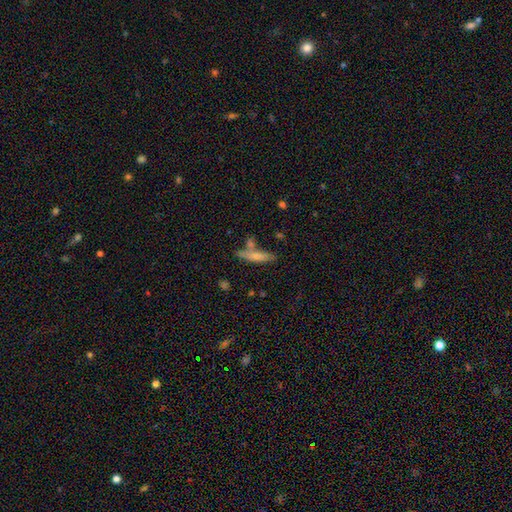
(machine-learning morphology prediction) smooth_or_featured: smooth (p=0.64) [alt: featured or disk p=0.29]
how_rounded: cigar-shaped (p=0.79) [alt: in between p=0.19]
merging: none (p=0.61) [alt: merger p=0.20]